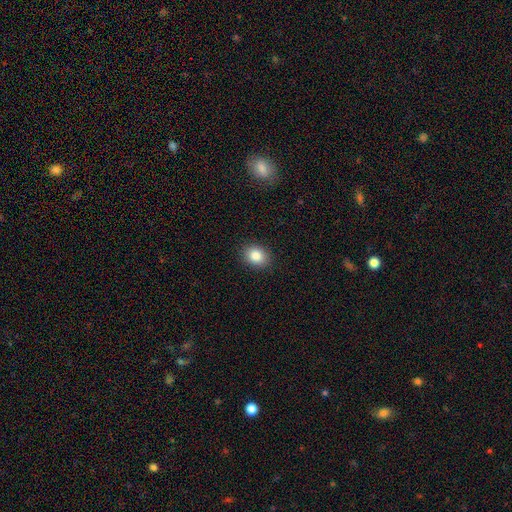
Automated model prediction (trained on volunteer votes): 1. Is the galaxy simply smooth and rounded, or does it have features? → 85% smooth, 9% star or artifact, 6% featured or disk.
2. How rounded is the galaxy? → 50% round, 49% in between, 1% cigar-shaped.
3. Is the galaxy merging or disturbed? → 90% none, 7% minor disturbance, 2% major disturbance, 1% merger.